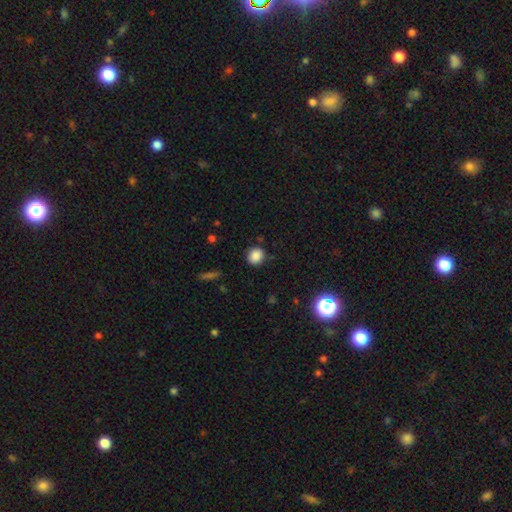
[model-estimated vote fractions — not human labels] Smooth or featured? Predicted: smooth (p=0.86). How rounded? Predicted: round (p=0.79). Merging? Predicted: none (p=0.85).